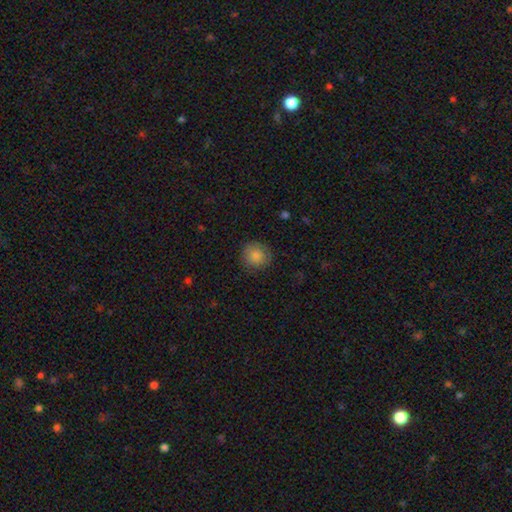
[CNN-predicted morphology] Smooth or featured? smooth (85%)
How rounded? round (92%)
Merging? none (84%)